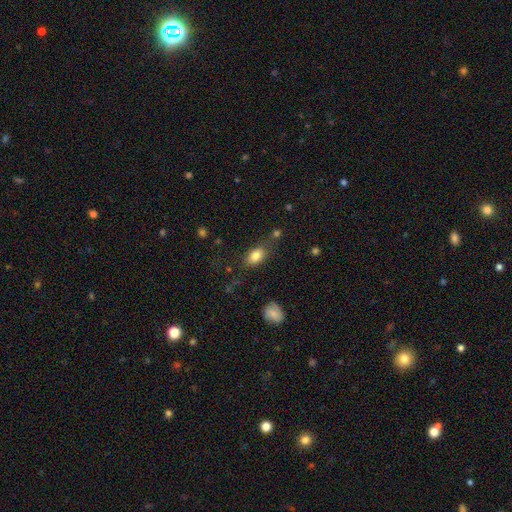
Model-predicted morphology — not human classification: Smooth or featured: smooth — 84% (star or artifact — 9%)
How rounded: in between — 86% (round — 11%)
Merging: none — 72% (minor disturbance — 17%)